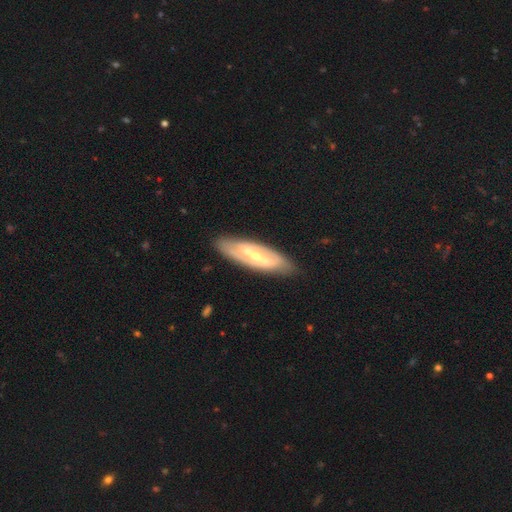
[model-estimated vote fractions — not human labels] Smooth or featured? featured or disk (77%)
Edge-on disk? no (82%)
Bar? strong (63%)
Spiral arms? yes (65%)
Bulge size? moderate (48%)
Merging? none (84%)